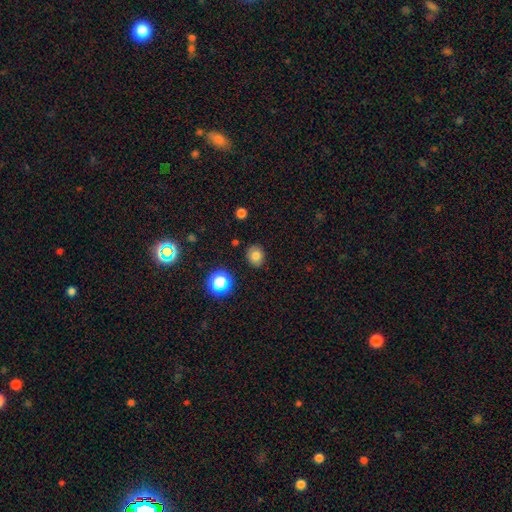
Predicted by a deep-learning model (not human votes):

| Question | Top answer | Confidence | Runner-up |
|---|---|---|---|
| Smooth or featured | smooth | 78% | star or artifact (14%) |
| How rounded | round | 66% | in between (33%) |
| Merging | none | 86% | minor disturbance (10%) |